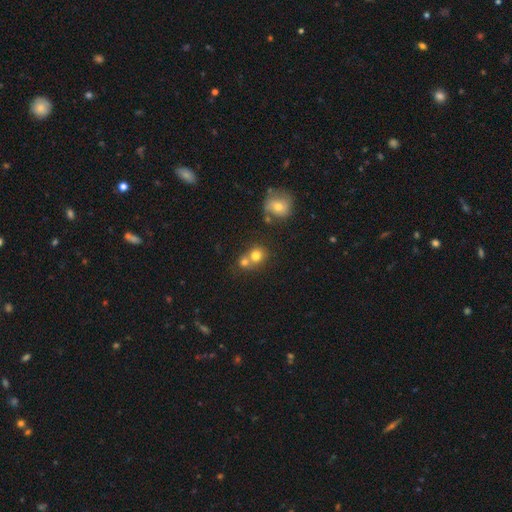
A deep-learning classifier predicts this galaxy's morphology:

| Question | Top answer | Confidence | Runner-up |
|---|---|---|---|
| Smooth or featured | smooth | 76% | star or artifact (13%) |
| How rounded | round | 83% | in between (16%) |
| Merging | merger | 46% | none (44%) |